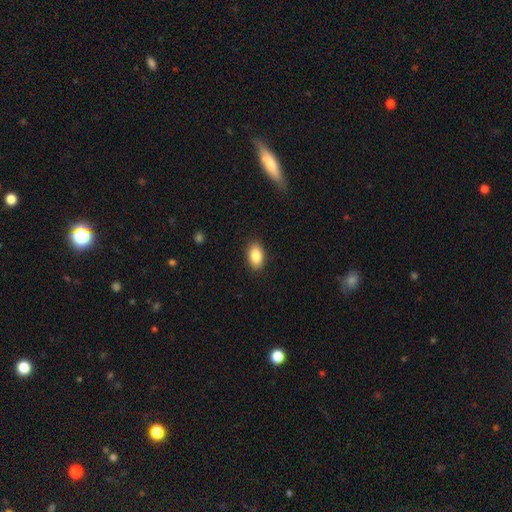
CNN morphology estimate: Smooth or featured? smooth (86%)
How rounded? in between (90%)
Merging? none (88%)